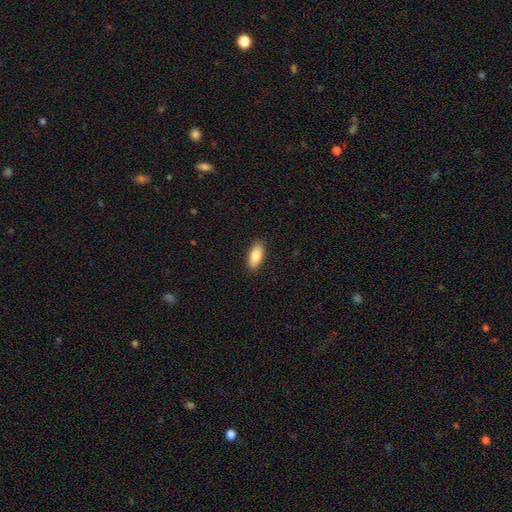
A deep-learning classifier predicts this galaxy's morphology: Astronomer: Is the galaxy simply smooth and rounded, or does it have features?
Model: smooth — 86%.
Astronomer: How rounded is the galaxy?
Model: in between — 87%.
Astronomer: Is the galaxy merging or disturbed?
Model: none — 89%.